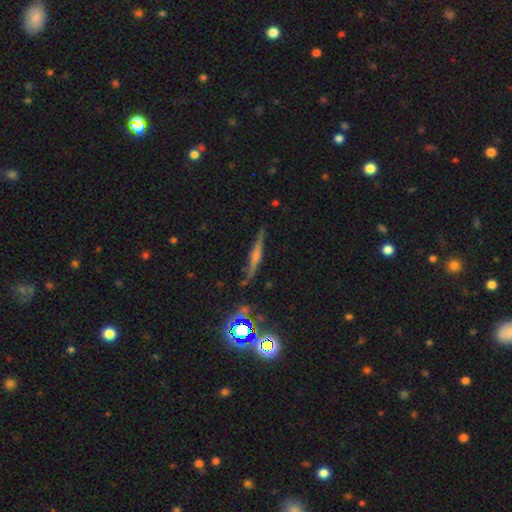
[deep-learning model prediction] Smooth or featured: featured or disk — 57% (smooth — 22%)
Edge-on disk: yes — 89% (no — 11%)
Edge-on bulge: rounded — 67% (none — 22%)
Merging: none — 79% (minor disturbance — 12%)